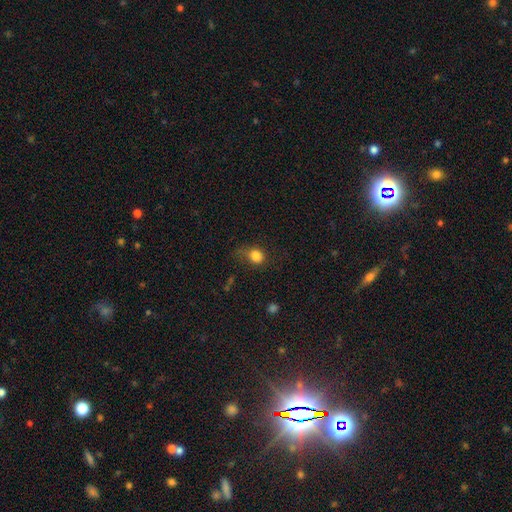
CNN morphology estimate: A smooth galaxy with no disk features (82%) that is round (64%). Merging: none (52%).